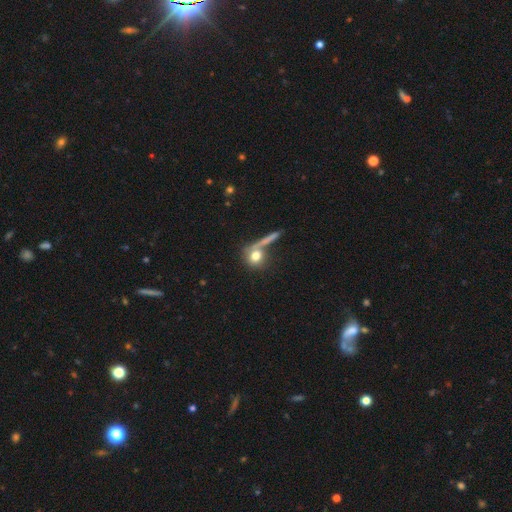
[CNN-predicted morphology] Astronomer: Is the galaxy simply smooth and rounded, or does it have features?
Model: smooth — 72%.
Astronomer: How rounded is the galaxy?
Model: round — 82%.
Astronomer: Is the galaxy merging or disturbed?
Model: none — 51%.